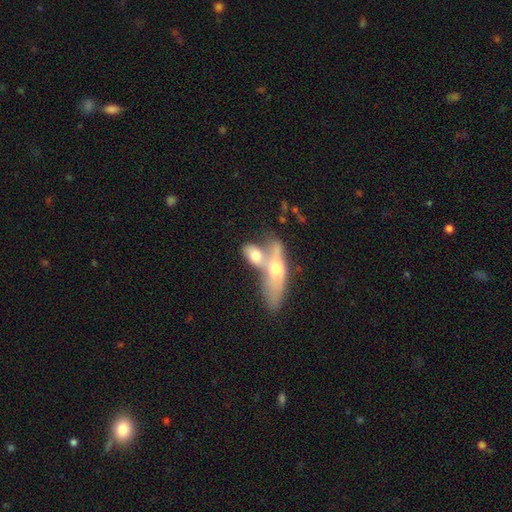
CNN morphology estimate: type=smooth (58%); roundness=in between (72%); merging=merger (72%).